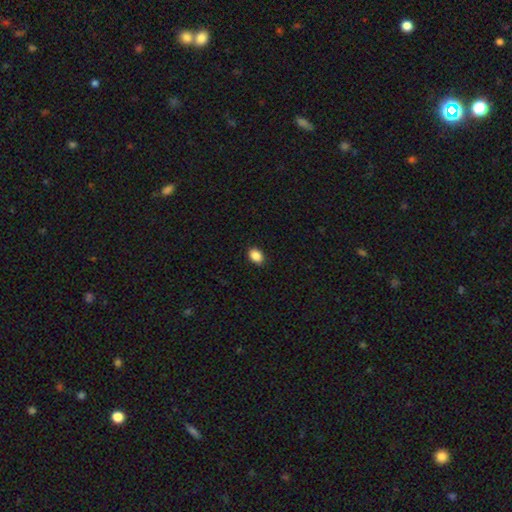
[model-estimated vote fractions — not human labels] Smooth or featured? smooth (88%)
How rounded? in between (75%)
Merging? none (90%)